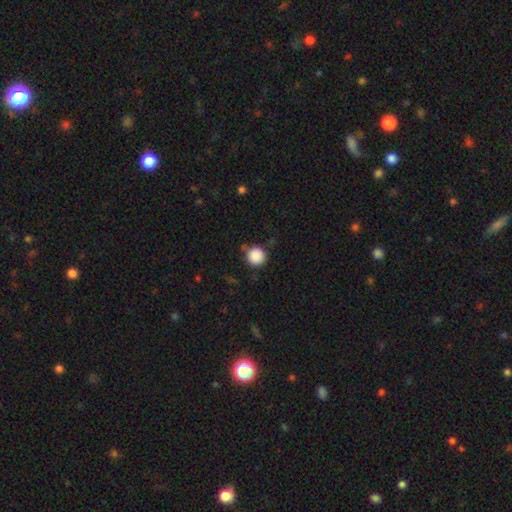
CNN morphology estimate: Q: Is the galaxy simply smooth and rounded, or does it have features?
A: smooth — 88%.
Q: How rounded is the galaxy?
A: round — 95%.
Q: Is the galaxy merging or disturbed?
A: none — 83%.